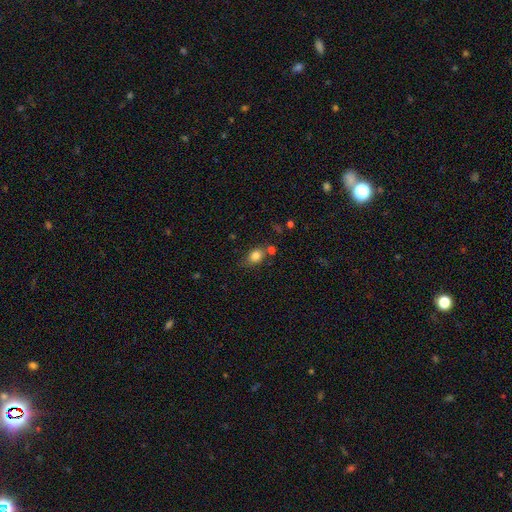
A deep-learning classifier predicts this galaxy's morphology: Smooth or featured? smooth (83%)
How rounded? in between (58%)
Merging? none (63%)